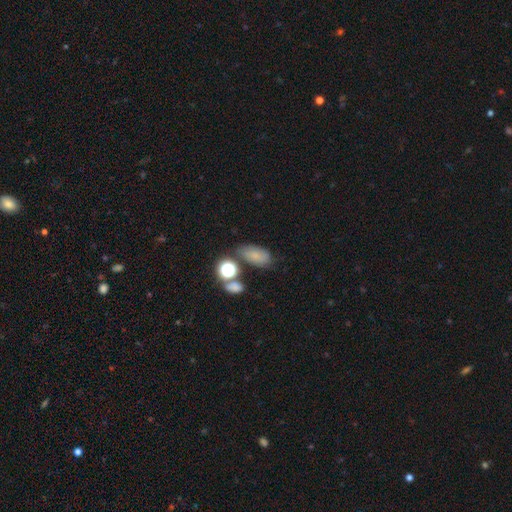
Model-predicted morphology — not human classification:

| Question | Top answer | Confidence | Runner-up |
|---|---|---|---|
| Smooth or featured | smooth | 64% | star or artifact (19%) |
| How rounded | in between | 83% | round (14%) |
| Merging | none | 61% | minor disturbance (19%) |